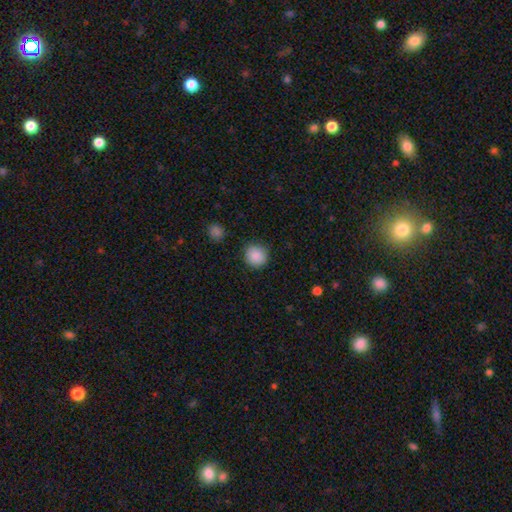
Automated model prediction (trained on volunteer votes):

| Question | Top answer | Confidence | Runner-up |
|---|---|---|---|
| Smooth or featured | smooth | 88% | star or artifact (8%) |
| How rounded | round | 93% | in between (6%) |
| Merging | none | 89% | minor disturbance (7%) |